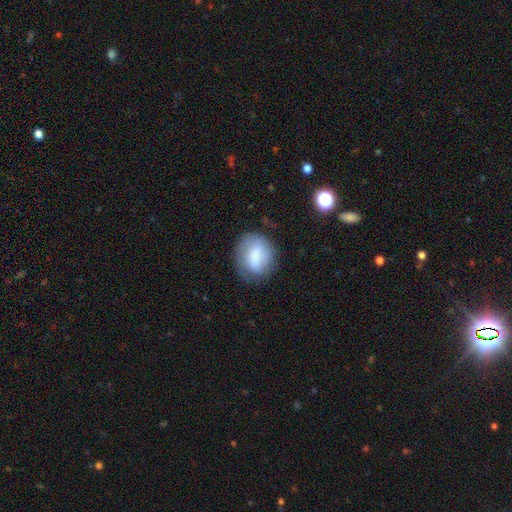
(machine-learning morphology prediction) A smooth galaxy with no disk features (72%) that is round (52%). Merging: none (67%).